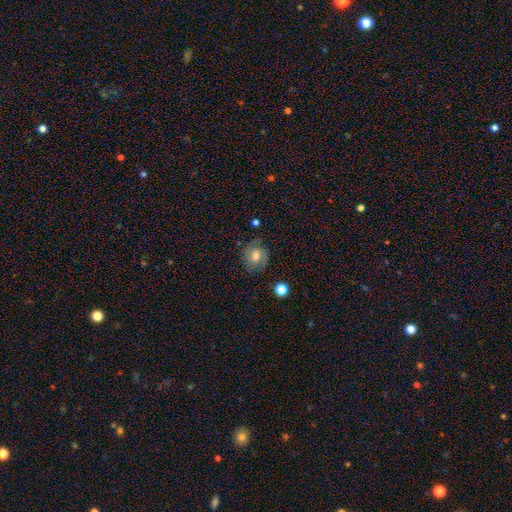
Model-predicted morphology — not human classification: Smooth or featured? Predicted: smooth (p=0.55). How rounded? Predicted: round (p=0.77). Merging? Predicted: none (p=0.75).